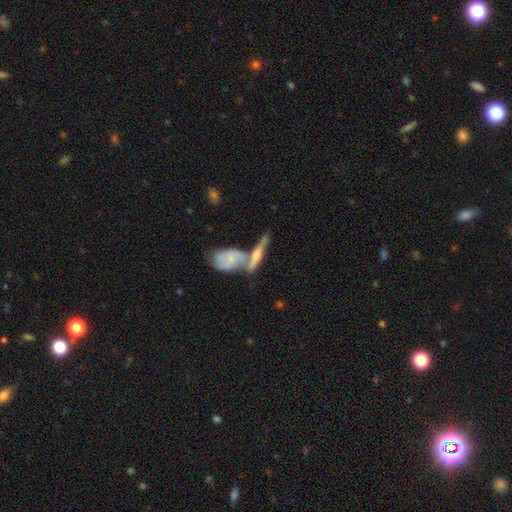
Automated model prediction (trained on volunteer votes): This appears to be a featured or disk galaxy (57%) viewed edge-on (66%). Merging: merger (53%).